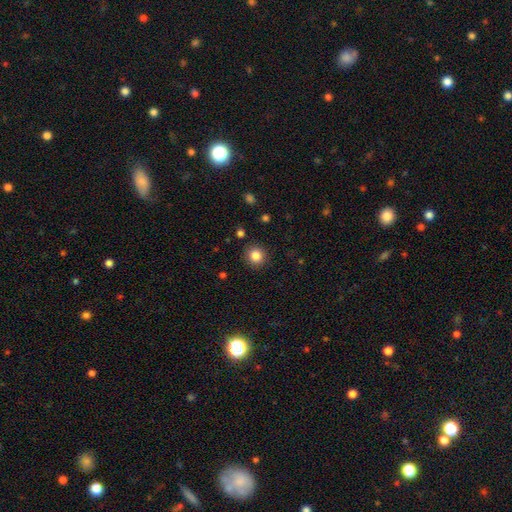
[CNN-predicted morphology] A smooth galaxy with no disk features (84%) that is round (90%). Merging: none (90%).